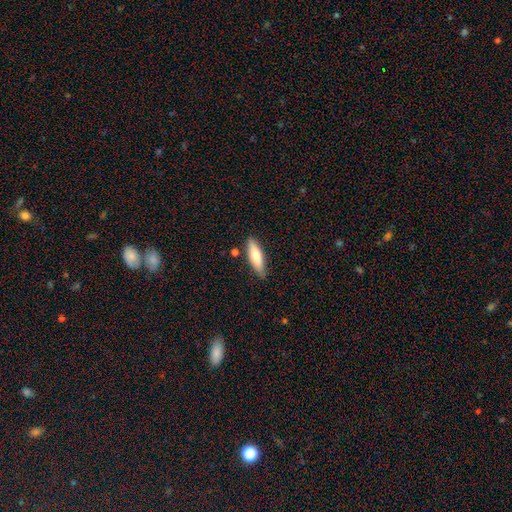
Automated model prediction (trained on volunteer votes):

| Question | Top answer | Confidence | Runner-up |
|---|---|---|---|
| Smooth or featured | smooth | 71% | featured or disk (23%) |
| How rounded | cigar-shaped | 57% | in between (41%) |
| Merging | none | 82% | minor disturbance (12%) |